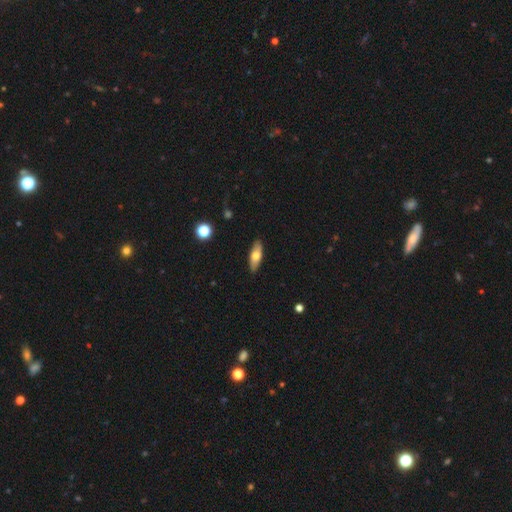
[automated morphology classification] smooth_or_featured: smooth (p=0.64) [alt: featured or disk p=0.30]
how_rounded: in between (p=0.65) [alt: cigar-shaped p=0.33]
merging: none (p=0.88) [alt: minor disturbance p=0.09]